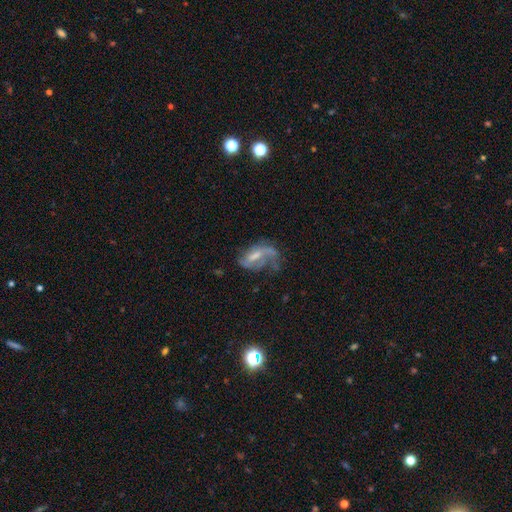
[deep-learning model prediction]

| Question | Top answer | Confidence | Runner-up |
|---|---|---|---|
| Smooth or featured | featured or disk | 73% | smooth (16%) |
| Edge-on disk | no | 95% | yes (5%) |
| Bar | weak | 46% | no (35%) |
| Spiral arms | yes | 83% | no (17%) |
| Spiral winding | loose | 50% | medium (35%) |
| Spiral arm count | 1 | 40% | 2 (37%) |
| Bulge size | small | 44% | moderate (38%) |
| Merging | none | 38% | major disturbance (36%) |